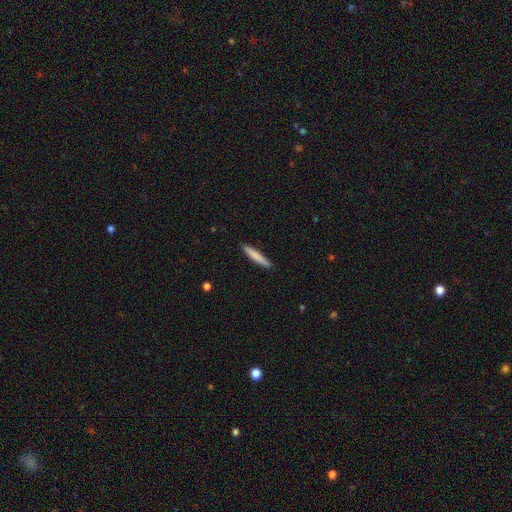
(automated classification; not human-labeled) smooth 81%, featured or disk 13%, star or artifact 5%. Down the decision tree: how rounded — cigar-shaped (93%); merging — none (90%).